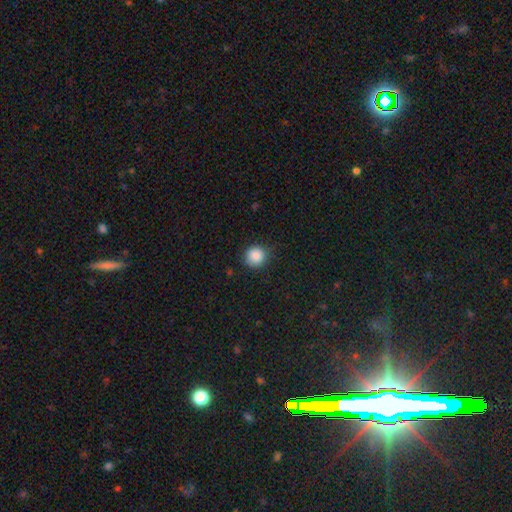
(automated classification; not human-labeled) This is clearly a smooth galaxy (87%). How rounded: clearly round (91%). Merging: clearly none (83%).